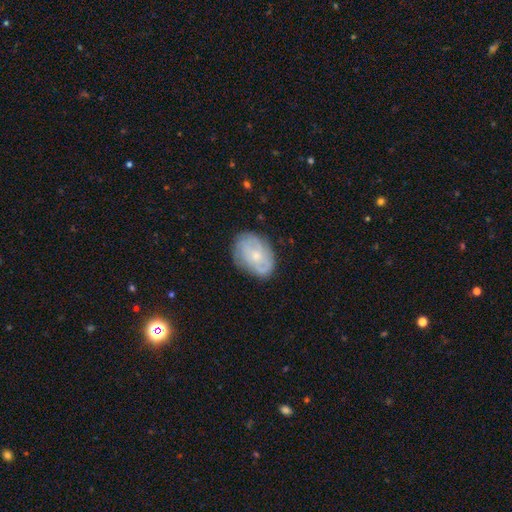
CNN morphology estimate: Overall: featured or disk (57%; smooth 36%). Edge-on disk: no (96%). Bar: no (78%). Spiral arms: yes (70%; no 30%). Bulge size: small (68%). Merging: none (73%).